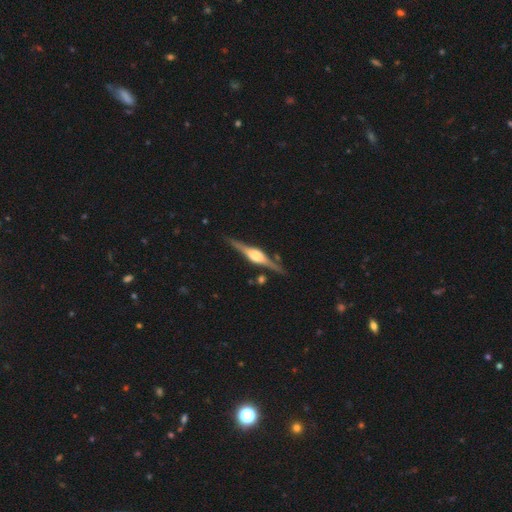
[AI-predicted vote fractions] Smooth or featured? featured or disk (86%)
Edge-on disk? yes (98%)
Edge-on bulge? rounded (84%)
Merging? none (88%)